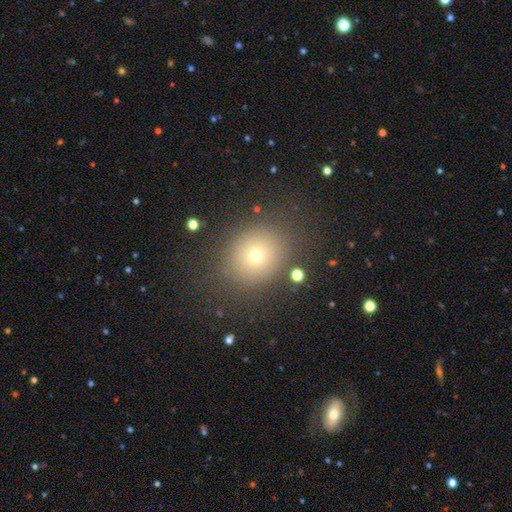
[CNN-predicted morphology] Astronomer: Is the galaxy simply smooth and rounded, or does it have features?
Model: smooth — 67%.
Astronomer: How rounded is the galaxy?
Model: round — 72%.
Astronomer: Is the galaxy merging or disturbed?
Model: none — 82%.